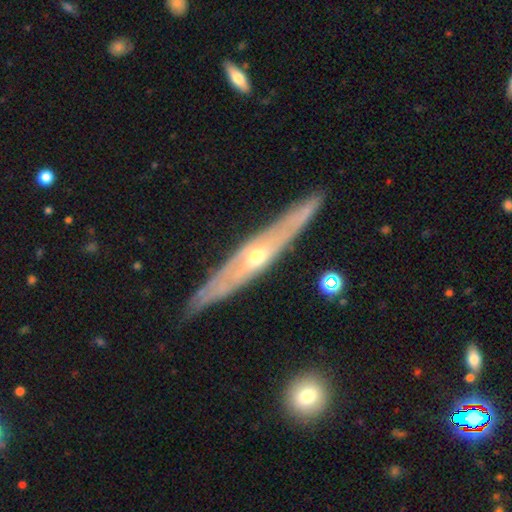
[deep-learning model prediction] Q: Smooth or featured?
A: featured or disk (76%); runner-up: smooth (19%)
Q: Edge-on disk?
A: yes (78%); runner-up: no (22%)
Q: Edge-on bulge?
A: rounded (78%); runner-up: none (20%)
Q: Merging?
A: none (83%); runner-up: minor disturbance (12%)